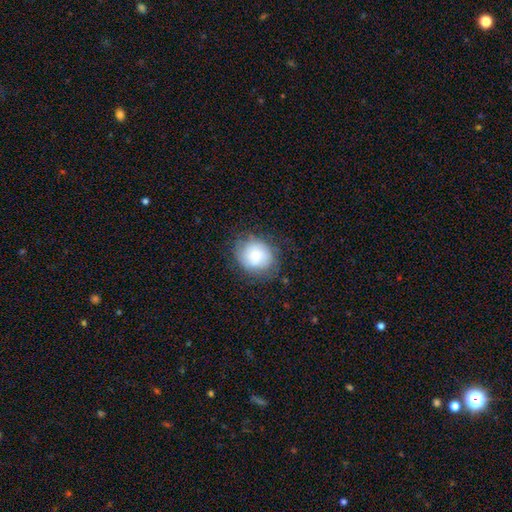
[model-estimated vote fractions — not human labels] Morphology: type=smooth (77%); roundness=round (69%); merging=none (70%).